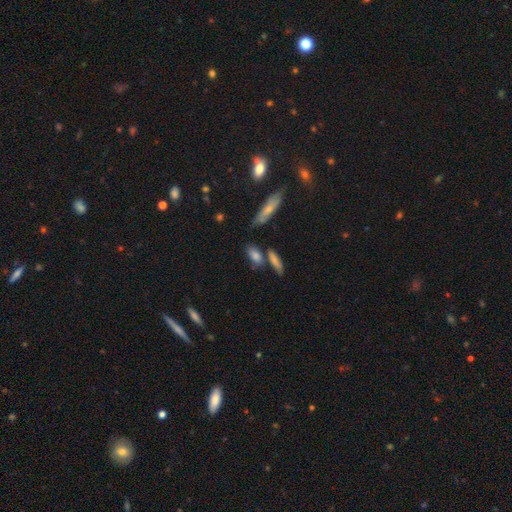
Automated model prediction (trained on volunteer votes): Q: Smooth or featured?
A: smooth (72%); runner-up: featured or disk (18%)
Q: How rounded?
A: in between (63%); runner-up: cigar-shaped (31%)
Q: Merging?
A: none (61%); runner-up: merger (18%)